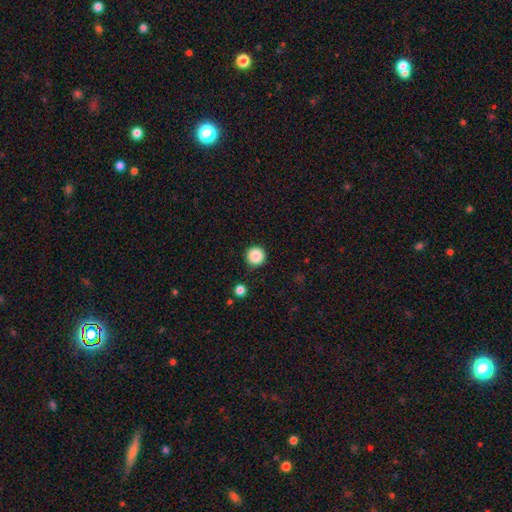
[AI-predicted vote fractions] The model was most divided on "smooth or featured": smooth: 87%, star or artifact: 10%, featured or disk: 3%. More confident: how rounded — round (96%); merging — none (91%).